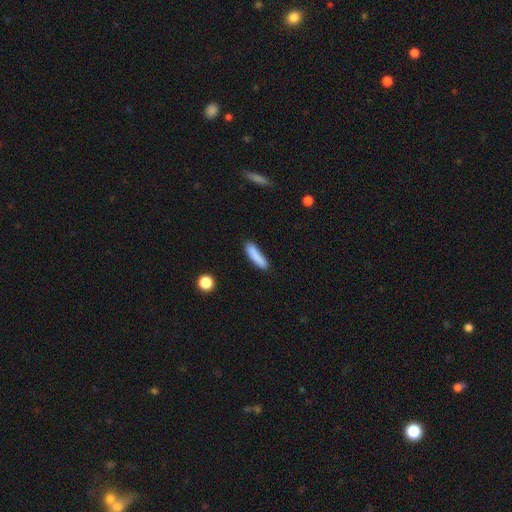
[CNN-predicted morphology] smooth-or-featured: smooth: 86% | featured or disk: 7% | star or artifact: 7%
  how-rounded: cigar-shaped: 78% | in between: 20% | round: 2%
  merging: none: 81% | minor disturbance: 14% | major disturbance: 3% | merger: 2%